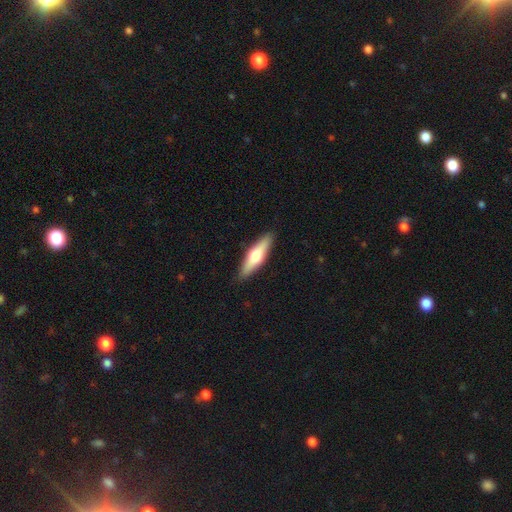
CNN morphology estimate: type=smooth (49%); merging=none (89%).